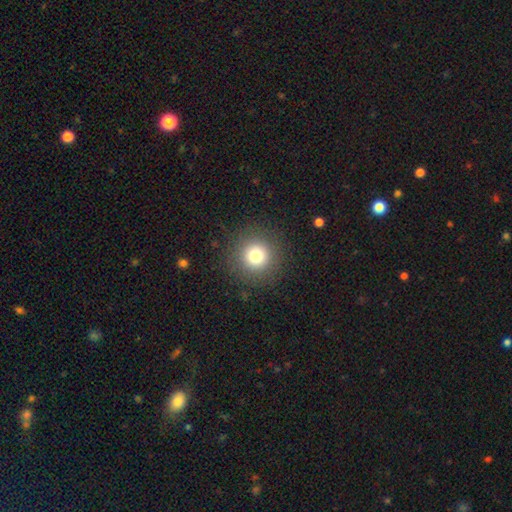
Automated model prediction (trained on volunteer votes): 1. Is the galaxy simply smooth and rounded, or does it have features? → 78% smooth, 14% star or artifact, 9% featured or disk.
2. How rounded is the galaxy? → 96% round, 3% in between, 1% cigar-shaped.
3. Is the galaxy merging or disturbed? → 90% none, 6% minor disturbance, 3% major disturbance, 1% merger.